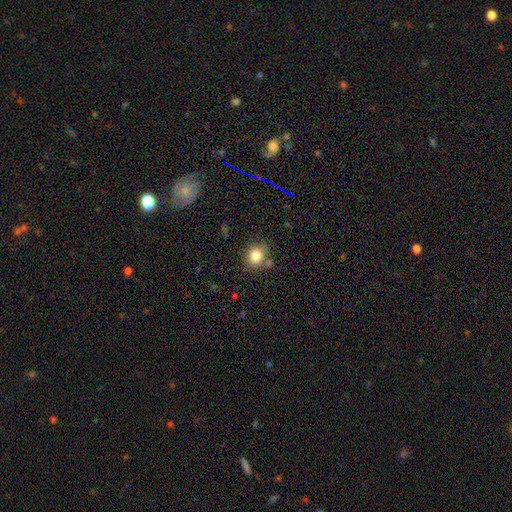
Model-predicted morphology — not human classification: smooth_or_featured: smooth (p=0.82) [alt: star or artifact p=0.11]
how_rounded: round (p=0.68) [alt: in between p=0.31]
merging: none (p=0.73) [alt: minor disturbance p=0.15]